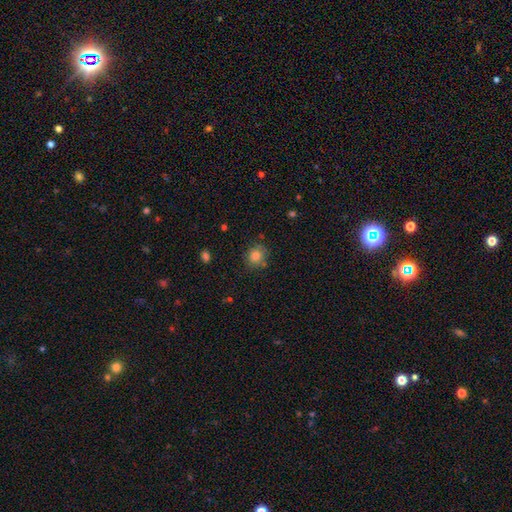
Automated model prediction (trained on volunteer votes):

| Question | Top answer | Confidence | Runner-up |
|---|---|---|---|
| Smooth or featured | smooth | 81% | star or artifact (11%) |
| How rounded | round | 81% | in between (18%) |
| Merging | none | 75% | minor disturbance (16%) |